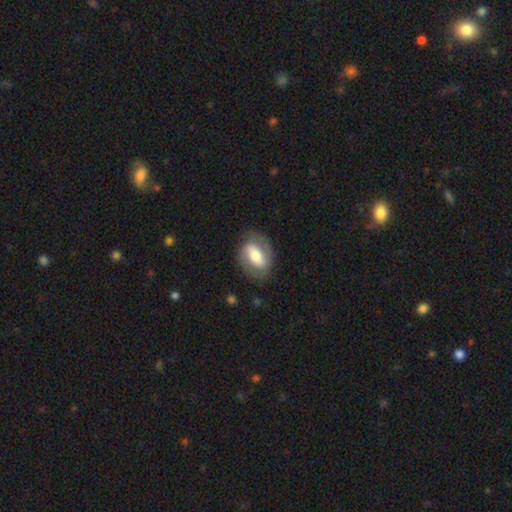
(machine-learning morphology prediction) smooth-or-featured: featured or disk: 57% | smooth: 37% | star or artifact: 6%
  disk-edge-on: no: 92% | yes: 8%
    bar: strong: 49% | weak: 31% | no: 20%
    has-spiral-arms: yes: 67% | no: 33%
    bulge-size: moderate: 55% | large: 21% | small: 20% | dominant: 3% | none: 2%
  merging: none: 75% | minor disturbance: 16% | major disturbance: 7% | merger: 1%